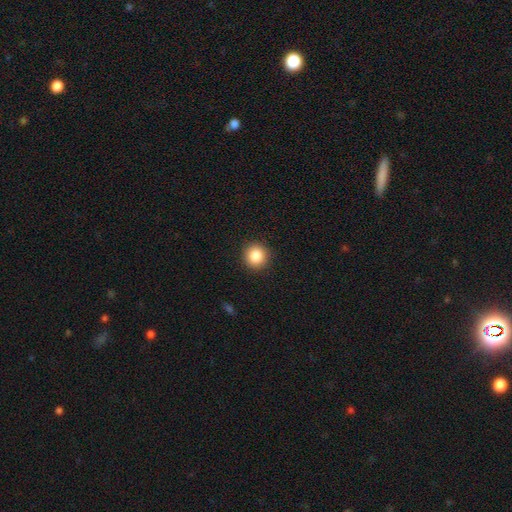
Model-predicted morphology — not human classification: Smooth or featured? Predicted: smooth (p=0.86). How rounded? Predicted: round (p=0.92). Merging? Predicted: none (p=0.92).